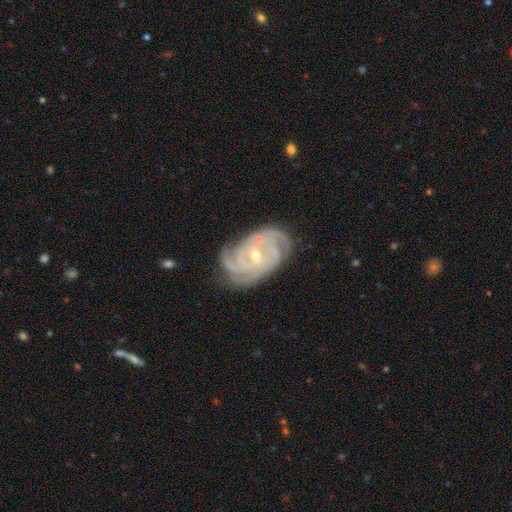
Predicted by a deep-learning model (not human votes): Smooth or featured? Predicted: featured or disk (p=0.90). Edge-on disk? Predicted: no (p=0.97). Bar? Predicted: no (p=0.57). Spiral arms? Predicted: yes (p=0.98). Spiral winding? Predicted: tight (p=0.73). Spiral arm count? Predicted: 4 (p=0.35). Bulge size? Predicted: small (p=0.65). Merging? Predicted: none (p=0.73).